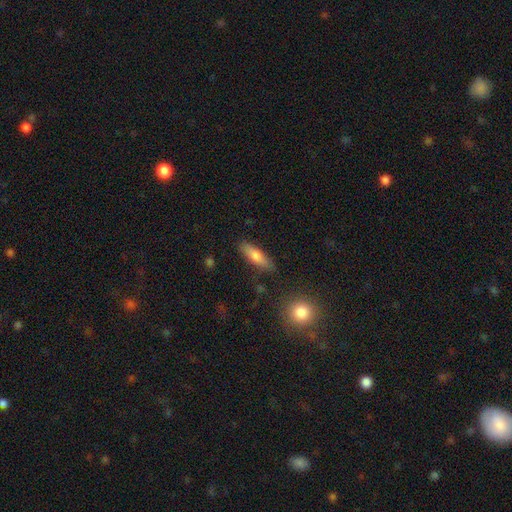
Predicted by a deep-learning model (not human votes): Smooth or featured? smooth (74%)
How rounded? cigar-shaped (55%)
Merging? none (84%)